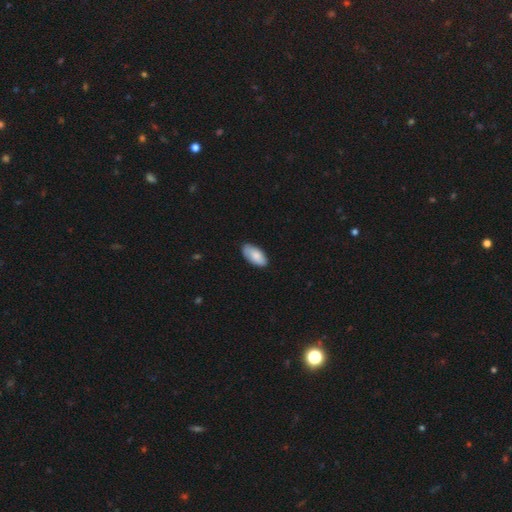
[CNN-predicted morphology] smooth-or-featured: smooth: 81% | featured or disk: 14% | star or artifact: 6%
  how-rounded: in between: 93% | cigar-shaped: 4% | round: 2%
  merging: none: 80% | minor disturbance: 17% | major disturbance: 2% | merger: 1%